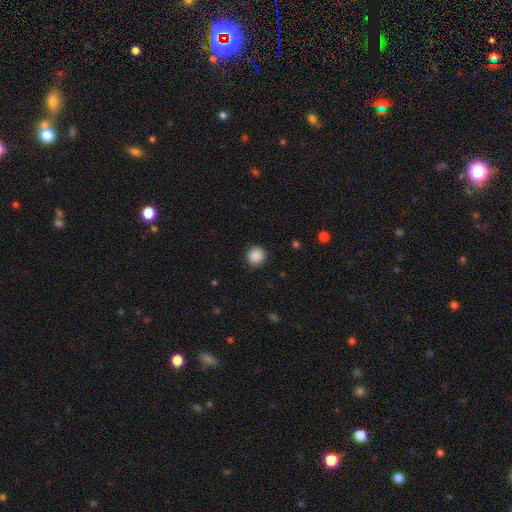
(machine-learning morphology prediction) smooth-or-featured: smooth: 89% | star or artifact: 9% | featured or disk: 2%
  how-rounded: round: 94% | in between: 5% | cigar-shaped: 1%
  merging: none: 90% | minor disturbance: 7% | major disturbance: 2% | merger: 1%